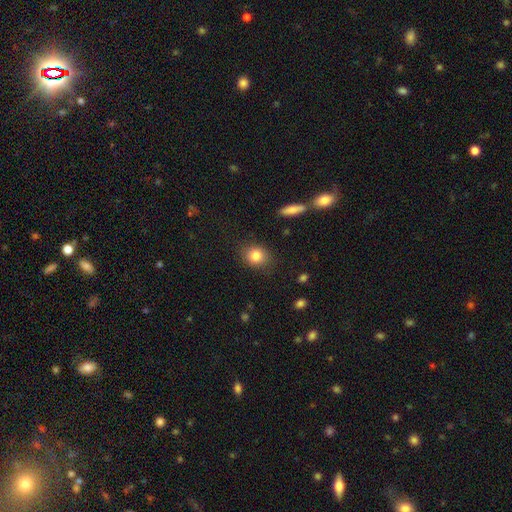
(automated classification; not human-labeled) Smooth or featured?
  - smooth: 83% *
  - star or artifact: 10%
  - featured or disk: 7%
How rounded?
  - round: 64% *
  - in between: 35%
  - cigar-shaped: 1%
Merging?
  - none: 84% *
  - minor disturbance: 11%
  - major disturbance: 3%
  - merger: 2%